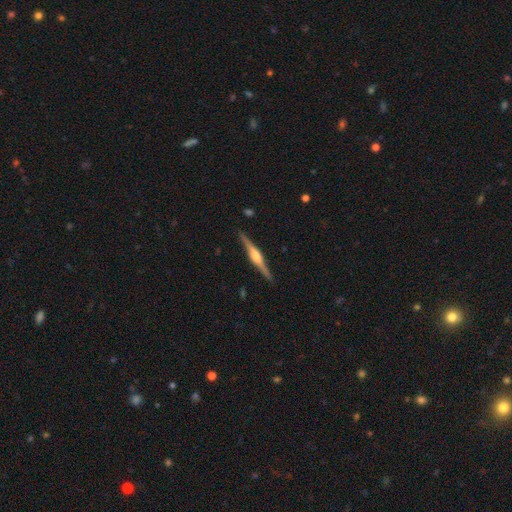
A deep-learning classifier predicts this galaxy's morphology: type=featured or disk (82%); edge-on=yes (98%); edge-on bulge=rounded (81%); merging=none (91%).